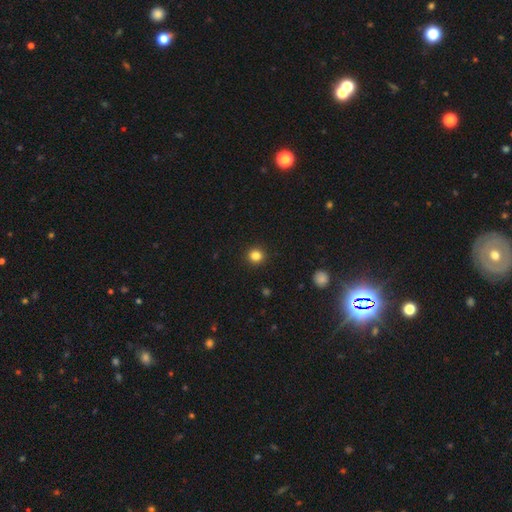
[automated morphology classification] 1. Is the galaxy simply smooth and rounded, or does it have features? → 84% smooth, 12% star or artifact, 4% featured or disk.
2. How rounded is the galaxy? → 92% round, 7% in between, 1% cigar-shaped.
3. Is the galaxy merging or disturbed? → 93% none, 5% minor disturbance, 2% major disturbance, 1% merger.